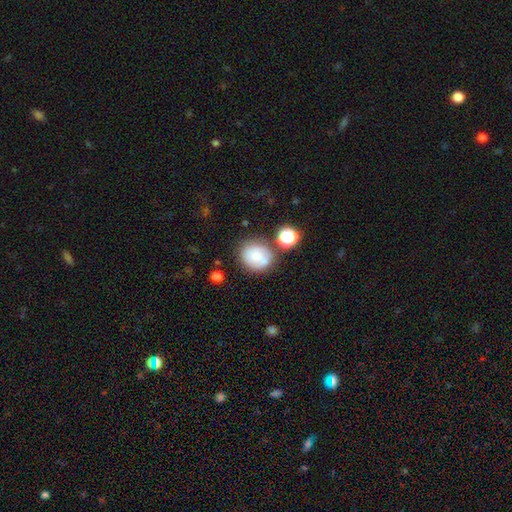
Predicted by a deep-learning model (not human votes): Morphology: type=smooth (72%); roundness=round (78%); merging=none (60%).